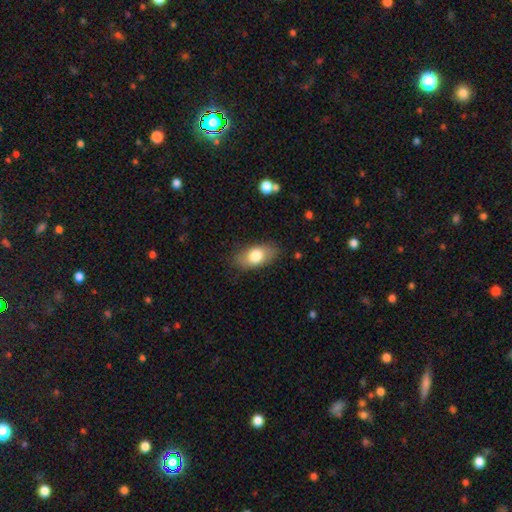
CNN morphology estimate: The model was most divided on "smooth or featured": smooth: 76%, featured or disk: 18%, star or artifact: 7%. More confident: how rounded — in between (90%); merging — none (81%).